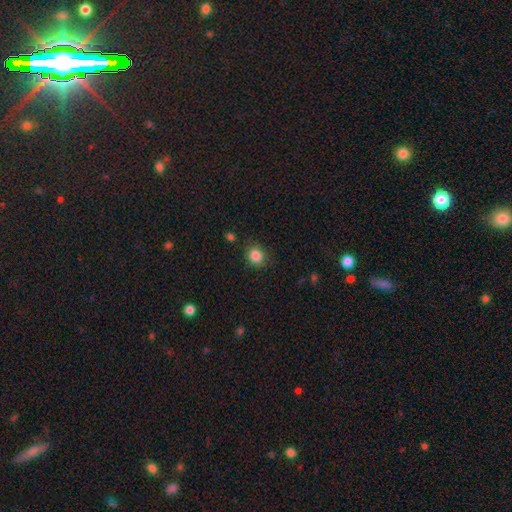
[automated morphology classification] Smooth or featured: smooth — 85% (star or artifact — 10%)
How rounded: round — 80% (in between — 19%)
Merging: none — 85% (minor disturbance — 11%)